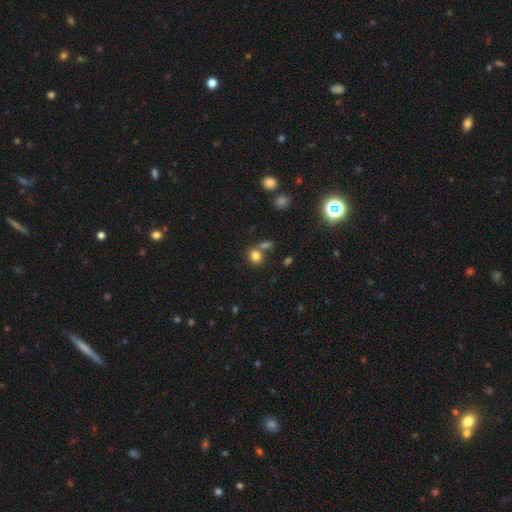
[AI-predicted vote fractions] This is likely a smooth galaxy (80%). How rounded: likely round (73%). Merging: likely none (60%).